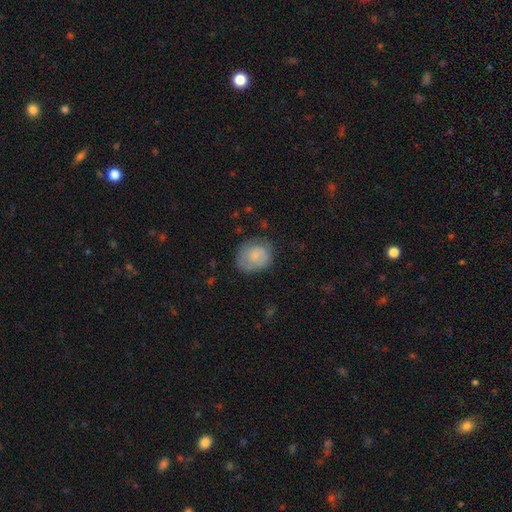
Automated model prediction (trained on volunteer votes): smooth_or_featured: smooth (p=0.69) [alt: featured or disk p=0.23]
how_rounded: round (p=0.64) [alt: in between p=0.35]
merging: none (p=0.65) [alt: minor disturbance p=0.24]